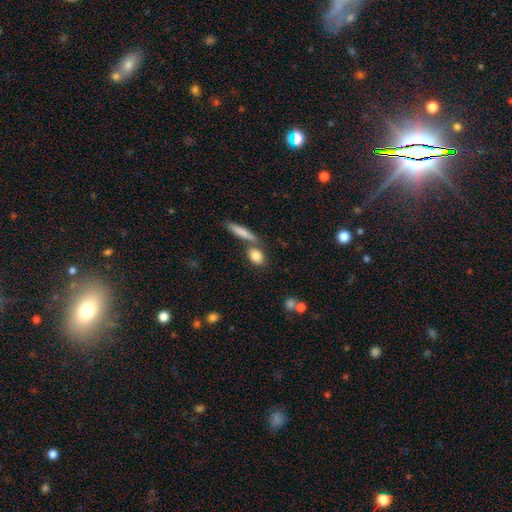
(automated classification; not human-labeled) Q: Smooth or featured?
A: smooth (82%); runner-up: featured or disk (10%)
Q: How rounded?
A: in between (59%); runner-up: round (28%)
Q: Merging?
A: none (64%); runner-up: merger (22%)